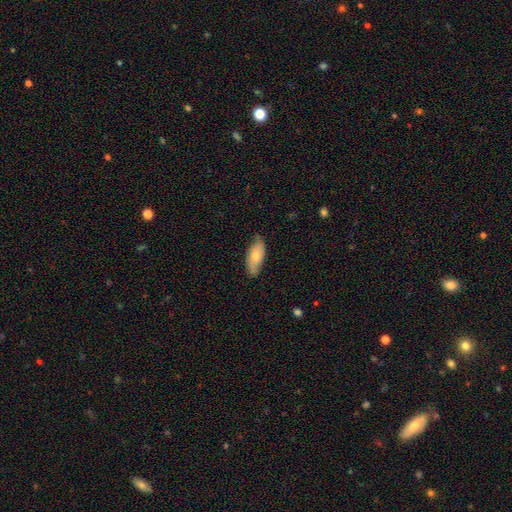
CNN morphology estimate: type=smooth (68%); roundness=in between (84%); merging=none (71%).